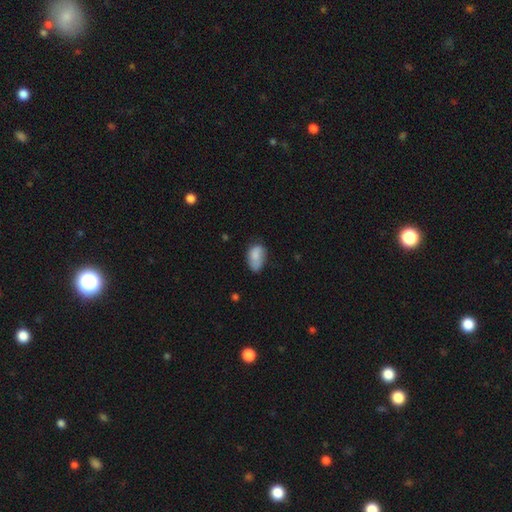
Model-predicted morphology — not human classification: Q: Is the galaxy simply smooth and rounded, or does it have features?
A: smooth — 80%.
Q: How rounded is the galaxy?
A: in between — 90%.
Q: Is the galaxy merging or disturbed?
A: none — 48%.